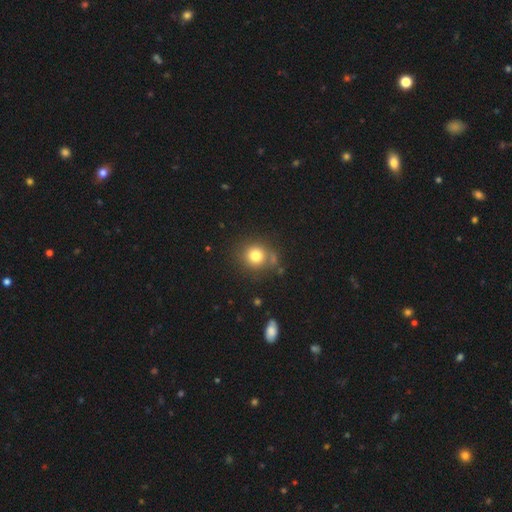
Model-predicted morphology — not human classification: The model was most divided on "merging": none: 74%, minor disturbance: 14%, merger: 8%, major disturbance: 5%. More confident: how rounded — round (87%); smooth or featured — smooth (78%).